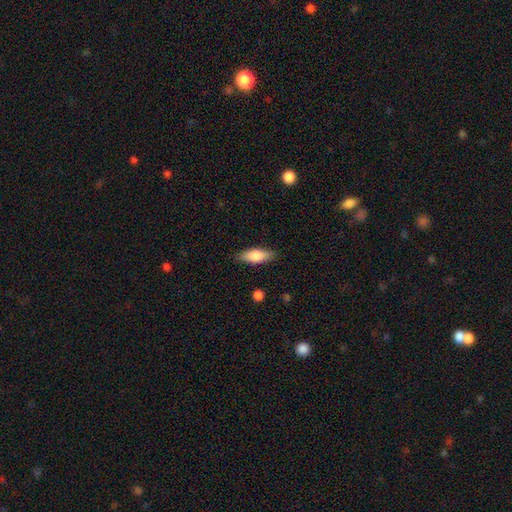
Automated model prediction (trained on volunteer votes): smooth-or-featured: smooth: 77% | featured or disk: 17% | star or artifact: 6%
  how-rounded: in between: 74% | cigar-shaped: 23% | round: 2%
  merging: none: 84% | minor disturbance: 12% | major disturbance: 3% | merger: 1%